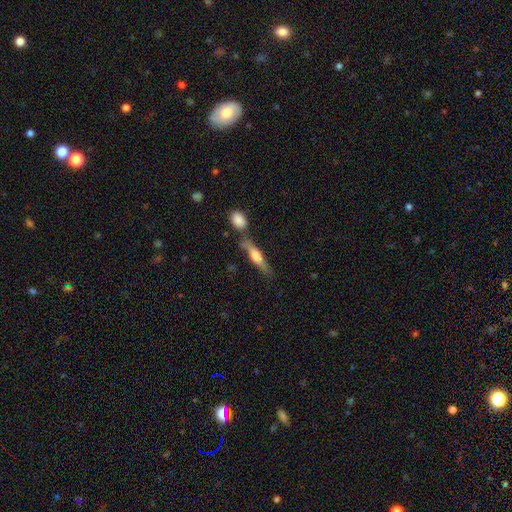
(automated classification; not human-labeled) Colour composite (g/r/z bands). It shows a featured or disk galaxy (51%) viewed edge-on (91%). Merging: none (61%).